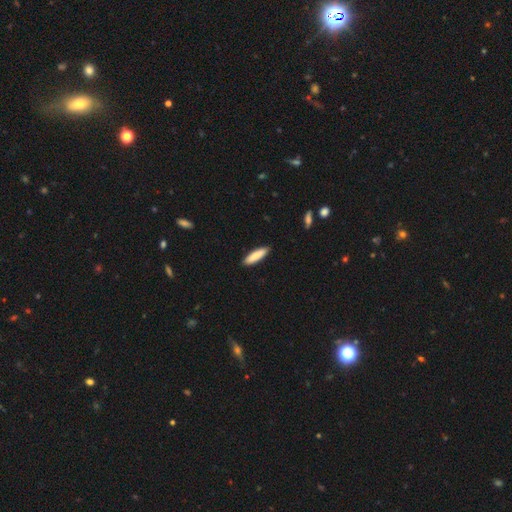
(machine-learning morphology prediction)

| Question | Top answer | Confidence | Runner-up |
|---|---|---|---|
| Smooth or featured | smooth | 85% | featured or disk (10%) |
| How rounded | cigar-shaped | 69% | in between (30%) |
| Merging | none | 90% | minor disturbance (7%) |